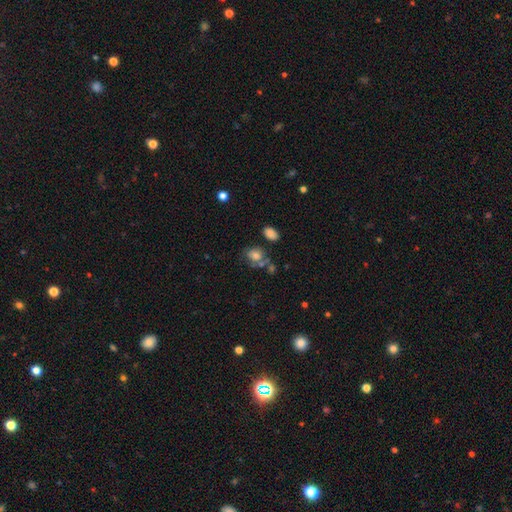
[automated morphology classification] The model was most divided on "how rounded": in between: 57%, round: 42%, cigar-shaped: 1%. Remaining: smooth or featured — smooth (73%); merging — none (46%).